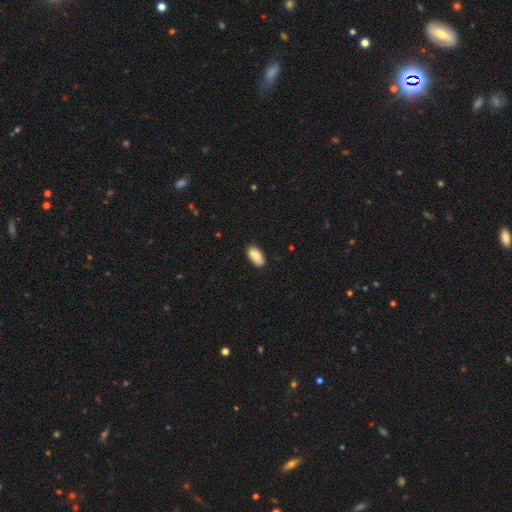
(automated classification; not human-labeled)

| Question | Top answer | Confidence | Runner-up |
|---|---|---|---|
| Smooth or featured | smooth | 85% | featured or disk (8%) |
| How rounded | in between | 93% | cigar-shaped (4%) |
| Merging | none | 87% | minor disturbance (10%) |